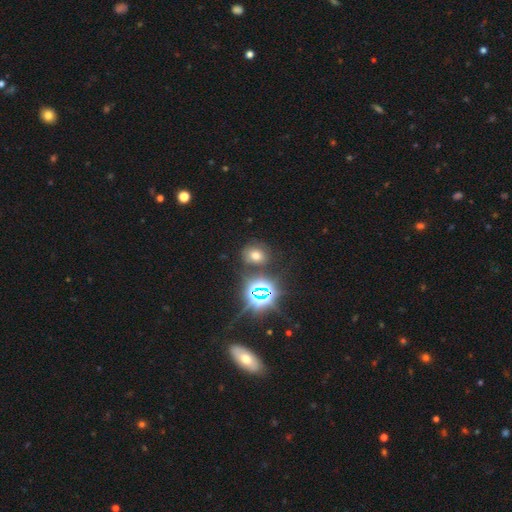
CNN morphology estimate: This is possibly a smooth galaxy (53%). How rounded: possibly round (57%). Merging: likely none (76%).